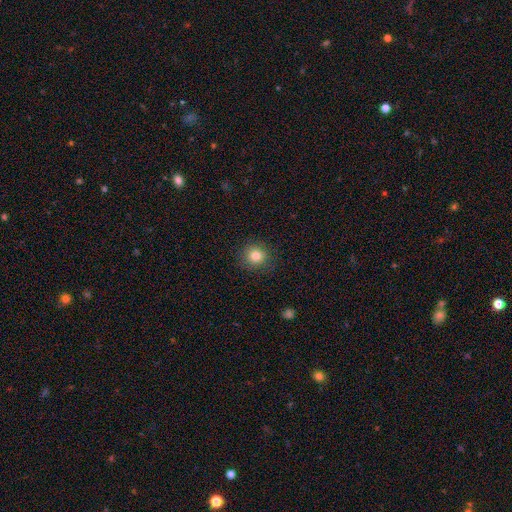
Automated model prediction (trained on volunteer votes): smooth 82%, star or artifact 12%, featured or disk 6%. Down the decision tree: how rounded — round (92%); merging — none (89%).